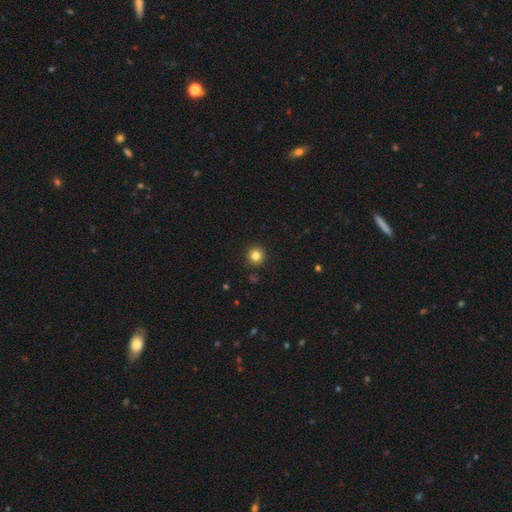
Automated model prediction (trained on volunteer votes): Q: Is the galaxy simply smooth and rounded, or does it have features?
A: smooth — 83%.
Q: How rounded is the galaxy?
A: round — 95%.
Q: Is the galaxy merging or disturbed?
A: none — 92%.